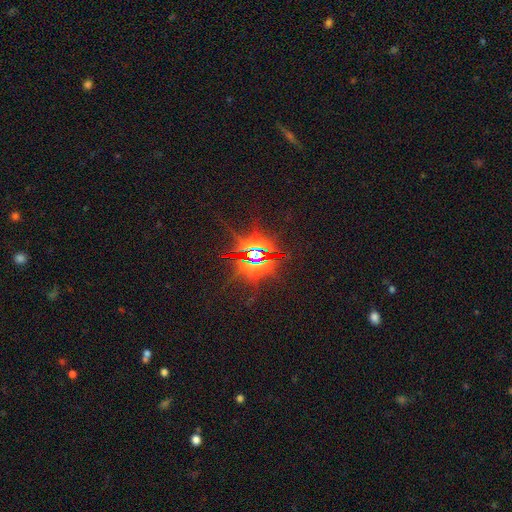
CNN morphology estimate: Q: Smooth or featured?
A: star or artifact (84%); runner-up: featured or disk (10%)